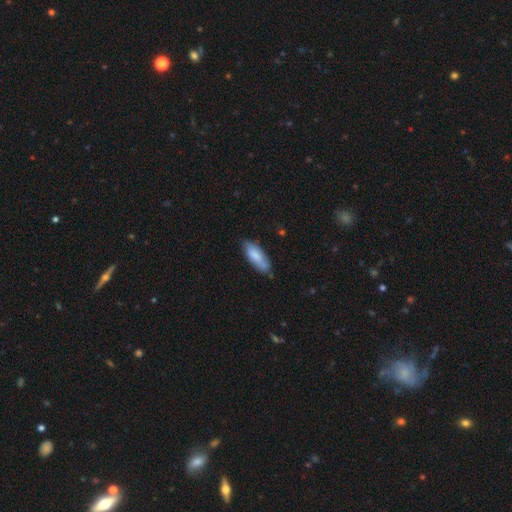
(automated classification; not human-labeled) Smooth or featured?
  - smooth: 76% *
  - featured or disk: 18%
  - star or artifact: 6%
How rounded?
  - in between: 72% *
  - cigar-shaped: 27%
  - round: 2%
Merging?
  - none: 68% *
  - minor disturbance: 25%
  - major disturbance: 4%
  - merger: 2%